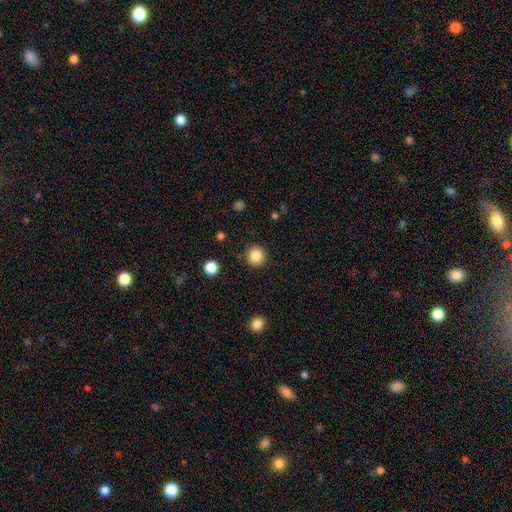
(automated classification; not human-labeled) This is clearly a smooth galaxy (85%). How rounded: clearly round (95%). Merging: clearly none (91%).